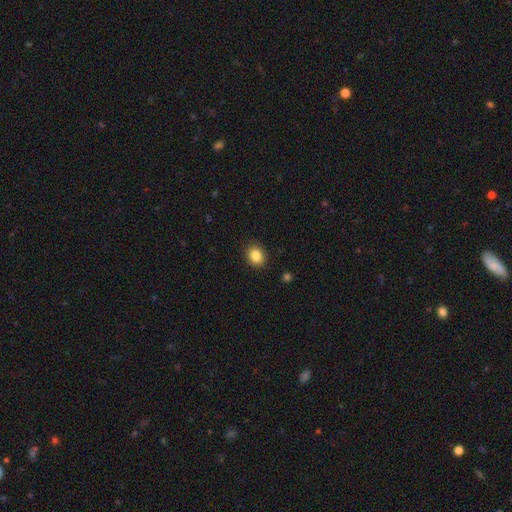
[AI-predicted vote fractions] Smooth or featured? Predicted: smooth (p=0.86). How rounded? Predicted: round (p=0.58). Merging? Predicted: none (p=0.89).